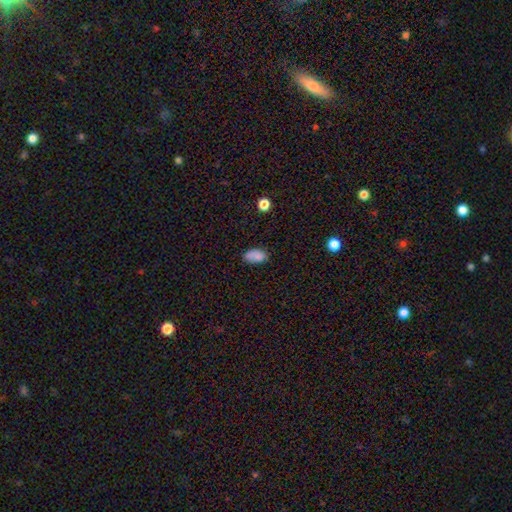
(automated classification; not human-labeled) This appears to be a smooth galaxy with no disk features (82%) that is in between round and cigar-shaped (91%). Merging: none (70%).